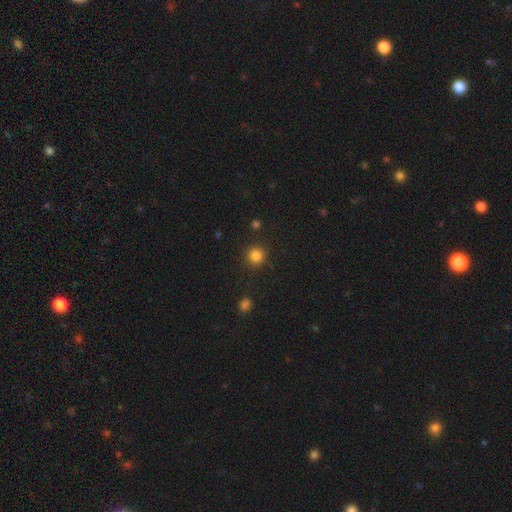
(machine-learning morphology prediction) smooth 84%, star or artifact 13%, featured or disk 4%. Down the decision tree: how rounded — round (94%); merging — none (90%).